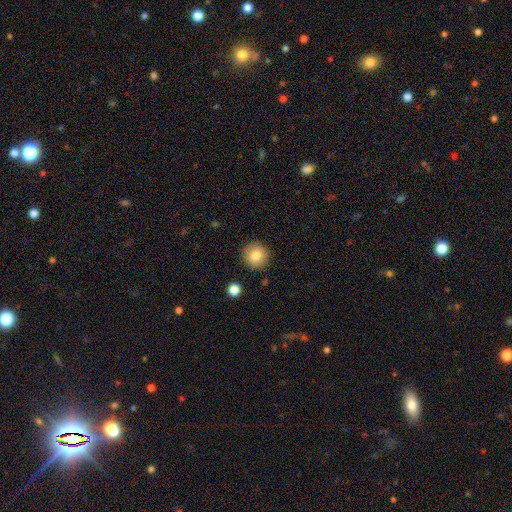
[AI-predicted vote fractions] Smooth or featured? Predicted: smooth (p=0.81). How rounded? Predicted: round (p=0.93). Merging? Predicted: none (p=0.90).